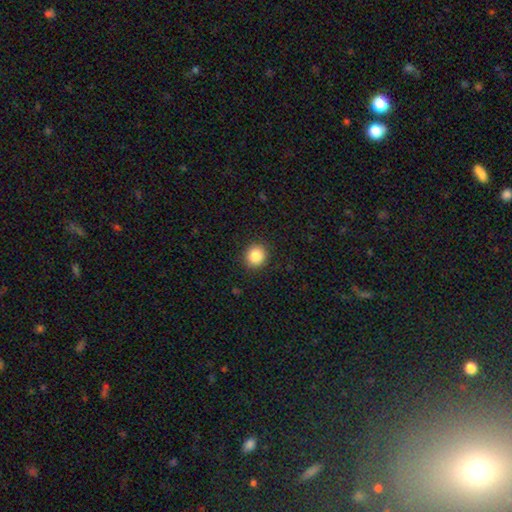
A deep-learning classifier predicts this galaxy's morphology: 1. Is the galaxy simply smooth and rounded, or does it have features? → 85% smooth, 10% star or artifact, 5% featured or disk.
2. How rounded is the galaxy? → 88% round, 11% in between, 1% cigar-shaped.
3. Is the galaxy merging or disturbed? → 91% none, 6% minor disturbance, 2% major disturbance, 1% merger.